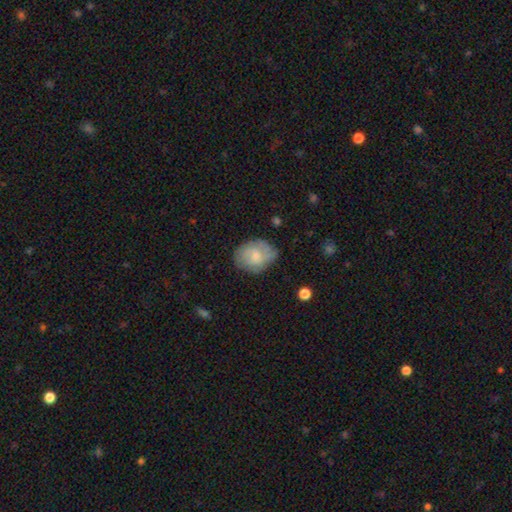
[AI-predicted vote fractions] A smooth galaxy with no disk features (48%). Merging: none (65%).